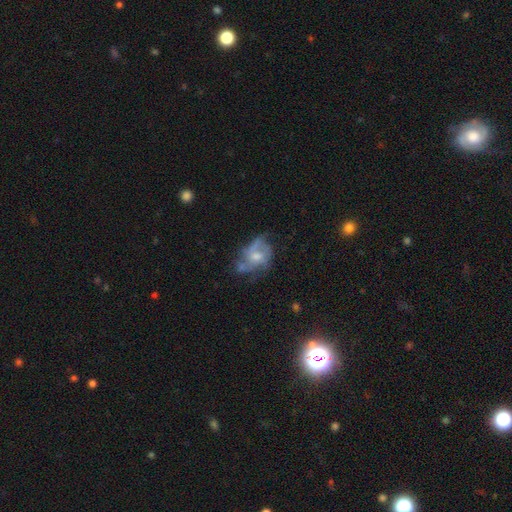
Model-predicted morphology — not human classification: A featured or disk galaxy (60%) with no bar (68%), spiral arms (56%) and a moderate central bulge (54%). Merging: none (34%).